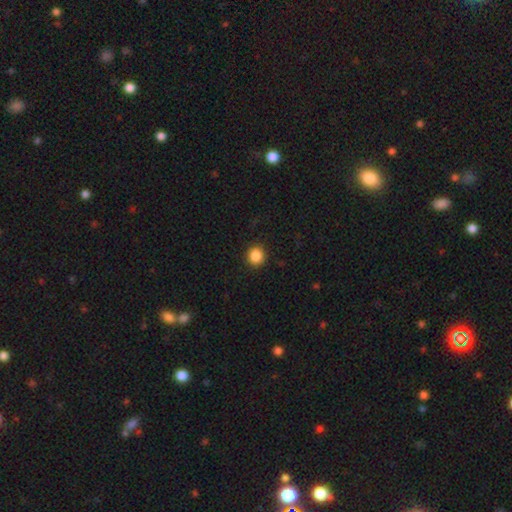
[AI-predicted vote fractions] A smooth galaxy with no disk features (87%) that is round (92%). Merging: none (92%).